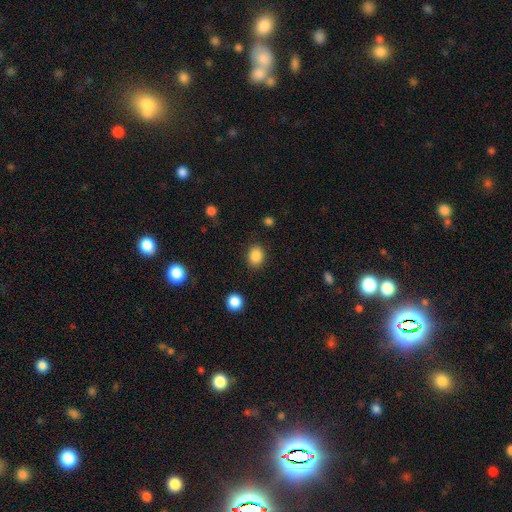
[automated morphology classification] The model was most divided on "how rounded": round: 50%, in between: 49%, cigar-shaped: 1%. More confident: merging — none (86%); smooth or featured — smooth (86%).